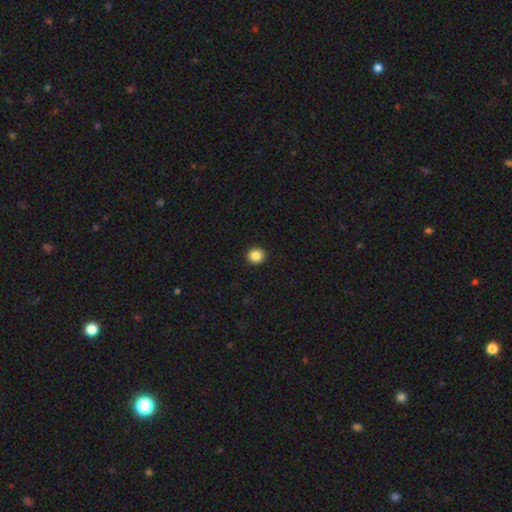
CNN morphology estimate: Smooth or featured? smooth (86%)
How rounded? round (85%)
Merging? none (93%)